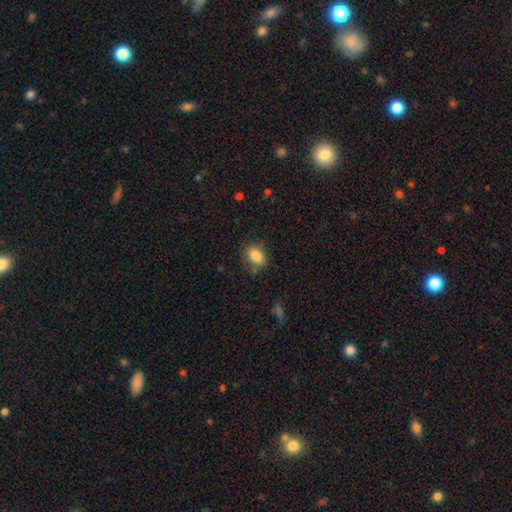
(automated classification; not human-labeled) Smooth or featured? smooth (84%)
How rounded? in between (81%)
Merging? none (76%)